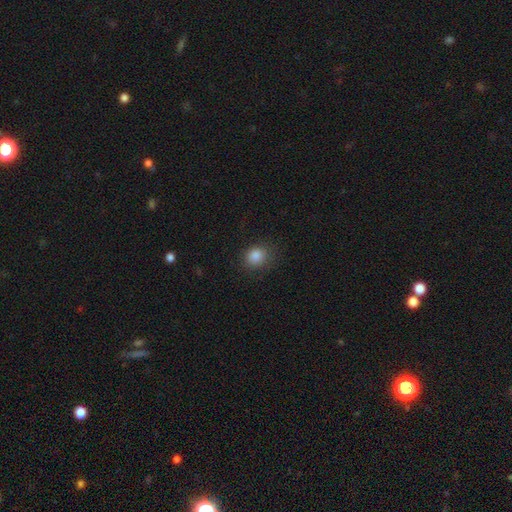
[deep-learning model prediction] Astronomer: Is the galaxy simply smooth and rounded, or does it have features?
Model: smooth — 85%.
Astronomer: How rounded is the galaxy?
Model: round — 65%.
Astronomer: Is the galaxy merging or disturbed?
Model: none — 82%.